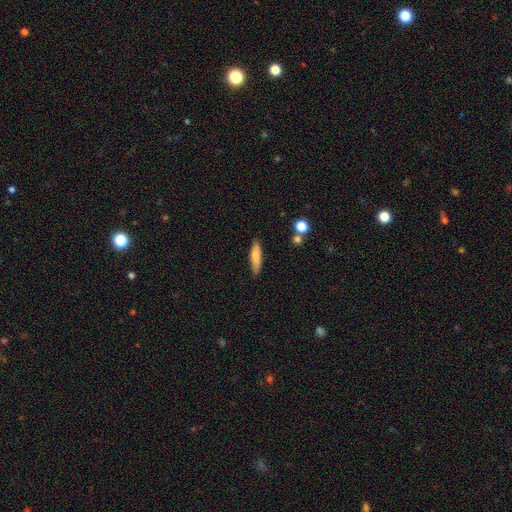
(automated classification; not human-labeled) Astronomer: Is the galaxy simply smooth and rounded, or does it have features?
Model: smooth — 75%.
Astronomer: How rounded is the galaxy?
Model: cigar-shaped — 77%.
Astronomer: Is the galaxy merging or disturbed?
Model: none — 83%.